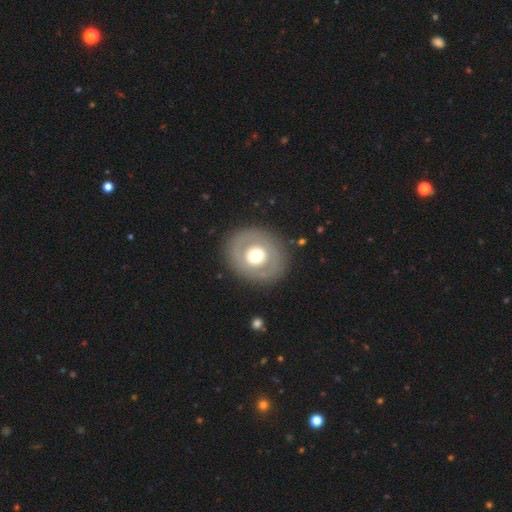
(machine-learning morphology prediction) This is possibly a smooth galaxy (49%). Merging: clearly none (86%).